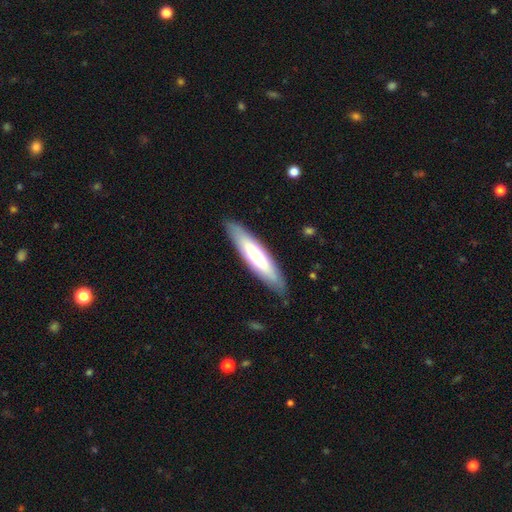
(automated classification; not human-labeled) Smooth or featured: smooth — 64% (featured or disk — 31%)
How rounded: cigar-shaped — 78% (in between — 21%)
Merging: none — 86% (minor disturbance — 11%)